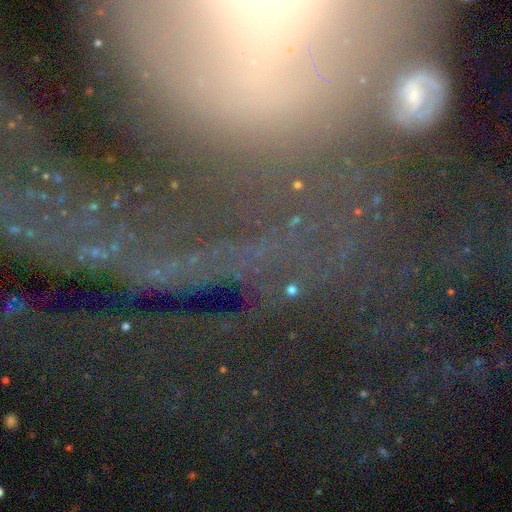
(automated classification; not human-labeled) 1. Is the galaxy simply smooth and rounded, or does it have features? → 65% star or artifact, 20% featured or disk, 15% smooth.